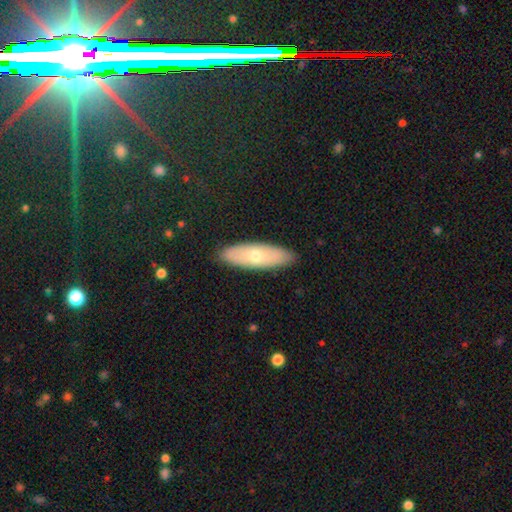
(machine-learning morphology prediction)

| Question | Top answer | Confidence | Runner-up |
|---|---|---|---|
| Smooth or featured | smooth | 54% | featured or disk (39%) |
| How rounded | in between | 54% | cigar-shaped (43%) |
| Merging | none | 88% | minor disturbance (9%) |